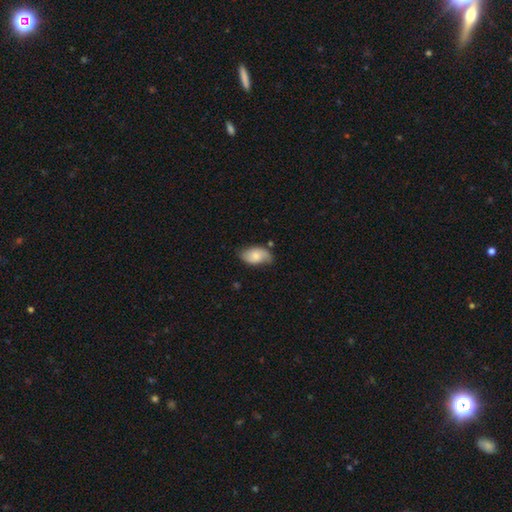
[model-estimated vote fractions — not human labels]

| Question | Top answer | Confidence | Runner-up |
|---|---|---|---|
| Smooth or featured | smooth | 59% | featured or disk (34%) |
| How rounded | in between | 92% | round (6%) |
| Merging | none | 63% | minor disturbance (28%) |